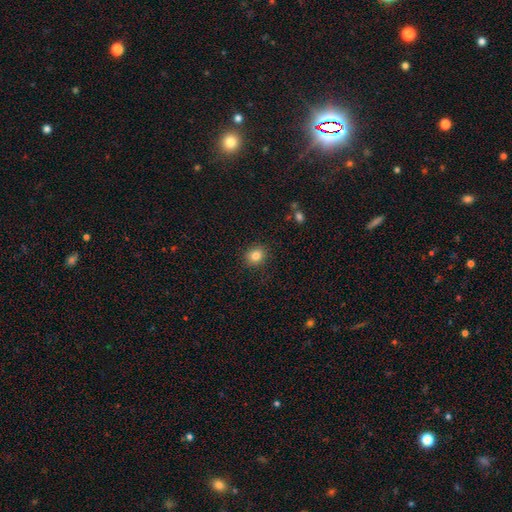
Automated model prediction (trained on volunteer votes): Morphology: type=smooth (83%); roundness=round (72%); merging=none (89%).